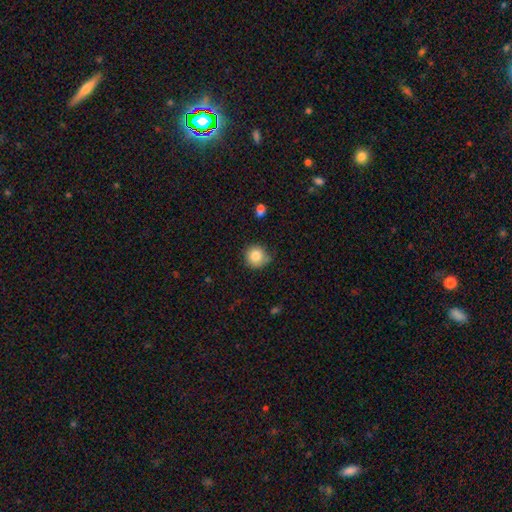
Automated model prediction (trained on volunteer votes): This is clearly a smooth galaxy (82%). How rounded: clearly round (92%). Merging: likely none (74%).